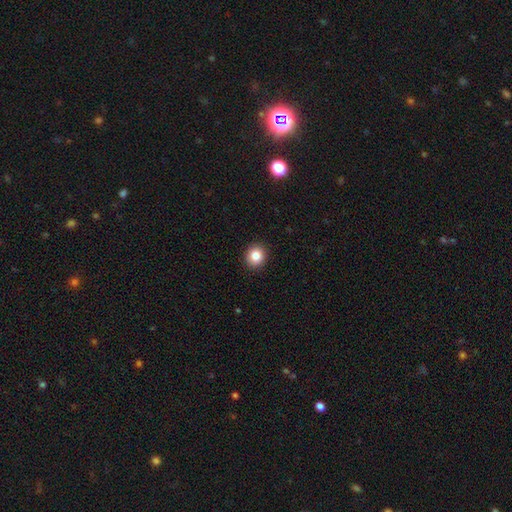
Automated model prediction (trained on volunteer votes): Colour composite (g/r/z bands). It shows a smooth galaxy with no disk features (84%) that is round (81%). Merging: none (92%).